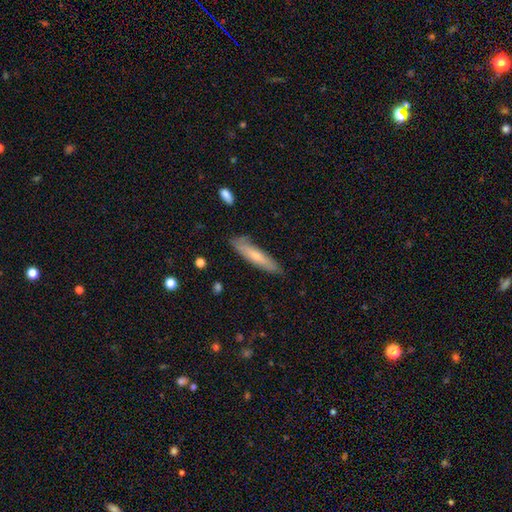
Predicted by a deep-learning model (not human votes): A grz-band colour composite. It shows a smooth galaxy with no disk features (67%) that is cigar-shaped (85%). Merging: none (83%).